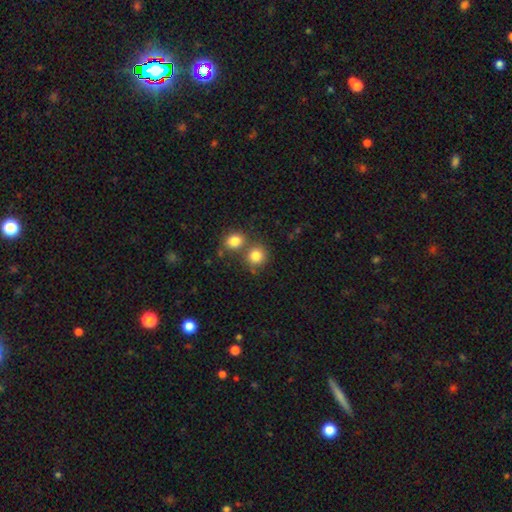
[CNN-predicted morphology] smooth 82%, star or artifact 10%, featured or disk 7%. Down the decision tree: how rounded — round (85%); merging — none (58%).